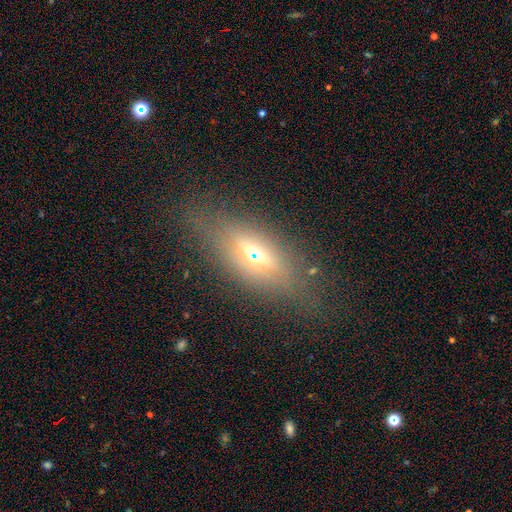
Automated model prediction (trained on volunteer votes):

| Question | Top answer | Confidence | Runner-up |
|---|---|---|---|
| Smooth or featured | featured or disk | 46% | smooth (39%) |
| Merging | none | 72% | minor disturbance (15%) |